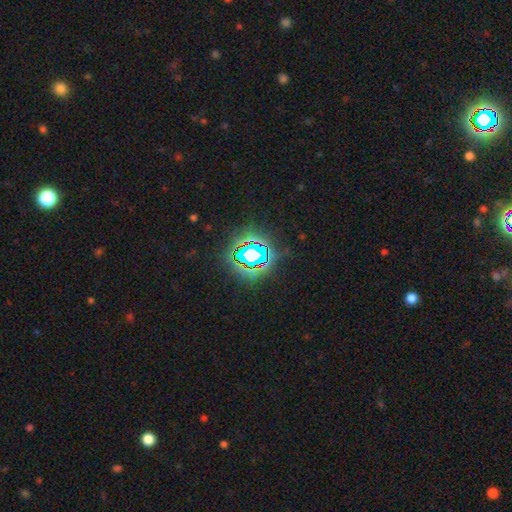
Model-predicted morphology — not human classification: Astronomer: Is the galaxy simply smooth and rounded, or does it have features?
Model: star or artifact — 82%.